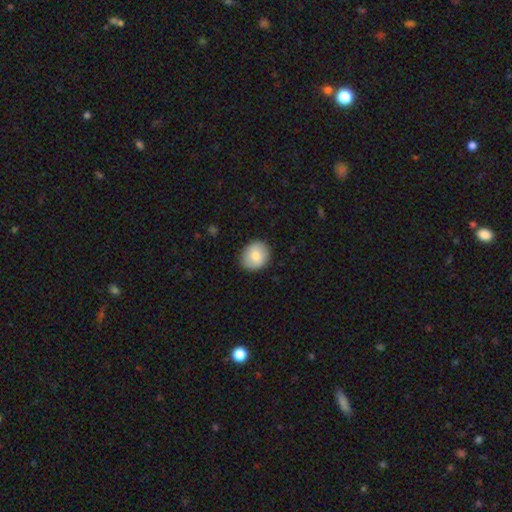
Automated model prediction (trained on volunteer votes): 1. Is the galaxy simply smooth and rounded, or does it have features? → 79% smooth, 14% featured or disk, 7% star or artifact.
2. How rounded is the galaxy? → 69% round, 30% in between, 1% cigar-shaped.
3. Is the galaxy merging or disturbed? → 88% none, 9% minor disturbance, 2% major disturbance, 1% merger.